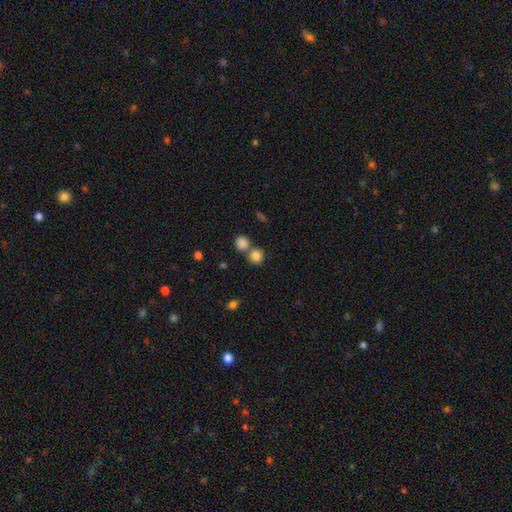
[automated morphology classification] Smooth or featured: smooth — 84% (star or artifact — 10%)
How rounded: round — 87% (in between — 12%)
Merging: none — 59% (merger — 31%)